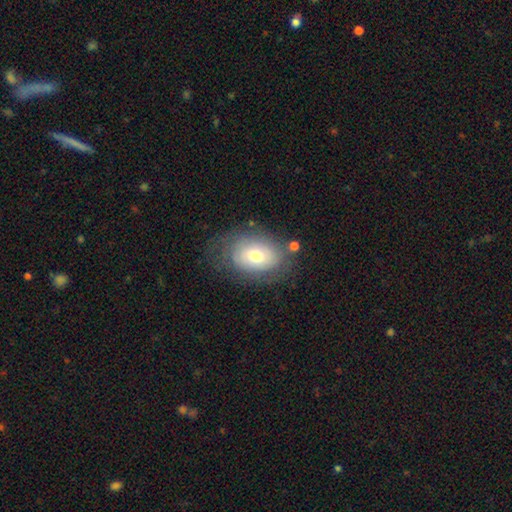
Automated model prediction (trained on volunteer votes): Smooth or featured? Predicted: smooth (p=0.59). How rounded? Predicted: in between (p=0.81). Merging? Predicted: none (p=0.66).